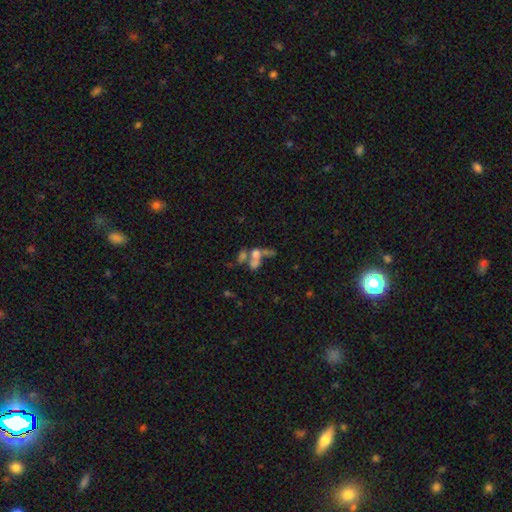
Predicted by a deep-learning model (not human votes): This is possibly a smooth galaxy (49%). Merging: likely merger (60%).